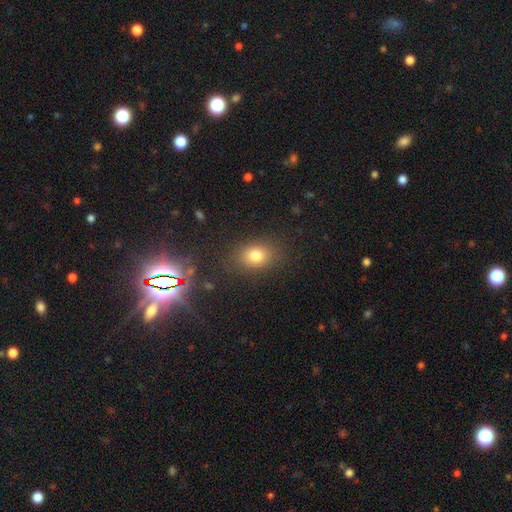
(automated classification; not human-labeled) Smooth or featured? Predicted: smooth (p=0.78). How rounded? Predicted: in between (p=0.58). Merging? Predicted: none (p=0.82).